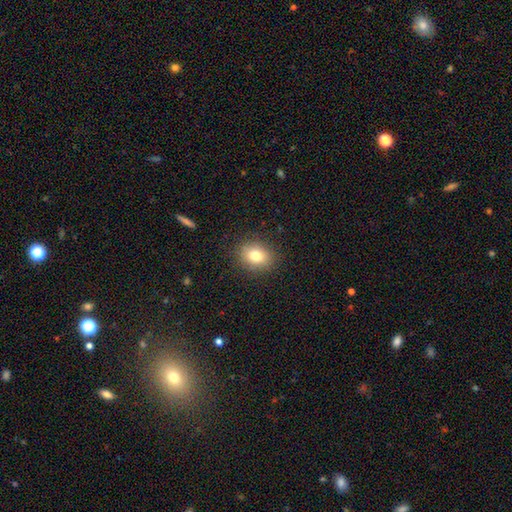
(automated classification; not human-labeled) The model was most divided on "how rounded": round: 50%, in between: 49%, cigar-shaped: 1%. More confident: merging — none (87%); smooth or featured — smooth (78%).